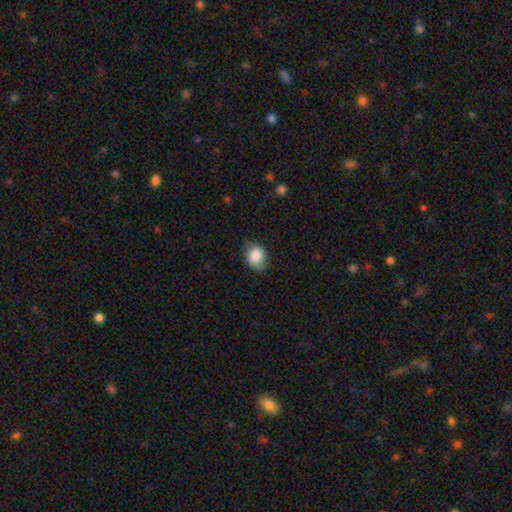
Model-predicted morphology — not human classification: The model was most divided on "how rounded": in between: 52%, round: 47%, cigar-shaped: 1%. More confident: smooth or featured — smooth (86%); merging — none (72%).